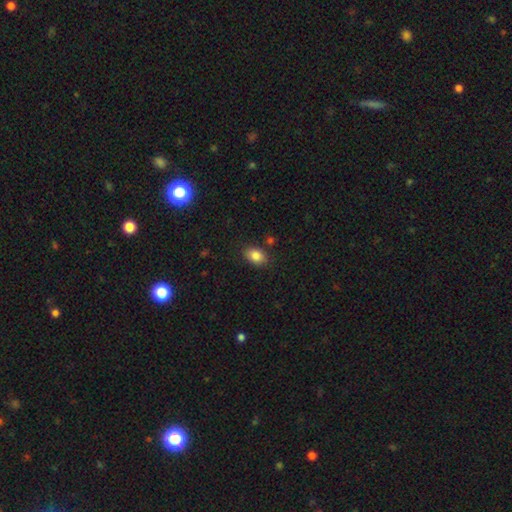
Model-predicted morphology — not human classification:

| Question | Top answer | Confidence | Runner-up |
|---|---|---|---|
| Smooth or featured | smooth | 85% | star or artifact (9%) |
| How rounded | in between | 82% | round (17%) |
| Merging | none | 83% | minor disturbance (11%) |